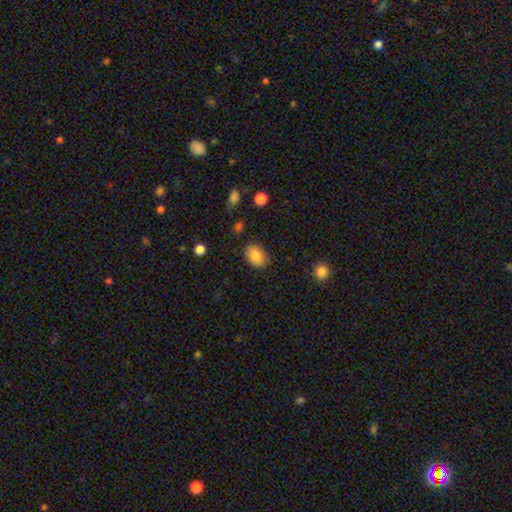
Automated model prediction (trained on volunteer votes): smooth_or_featured: smooth (p=0.84) [alt: star or artifact p=0.08]
how_rounded: in between (p=0.74) [alt: round p=0.24]
merging: none (p=0.81) [alt: minor disturbance p=0.14]